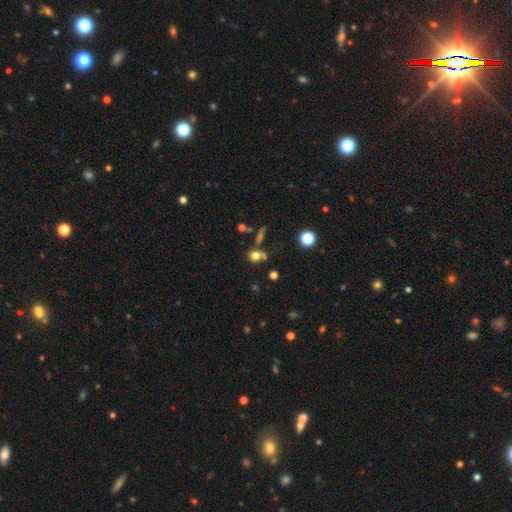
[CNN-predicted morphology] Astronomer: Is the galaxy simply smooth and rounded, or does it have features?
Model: smooth — 73%.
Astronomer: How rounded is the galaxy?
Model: round — 77%.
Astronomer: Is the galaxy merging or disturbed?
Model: none — 59%.